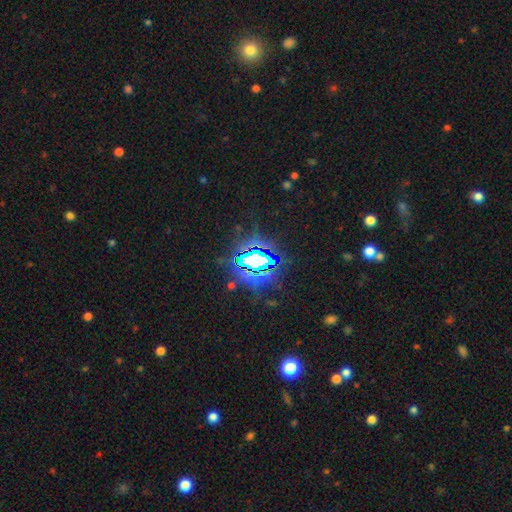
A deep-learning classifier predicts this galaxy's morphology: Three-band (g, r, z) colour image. It shows a star or artifact, not a galaxy (77%).